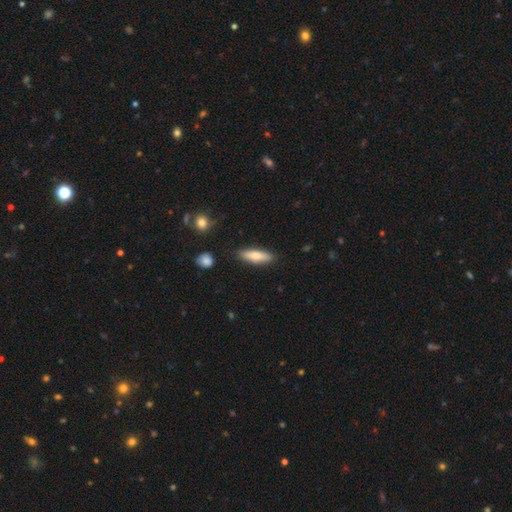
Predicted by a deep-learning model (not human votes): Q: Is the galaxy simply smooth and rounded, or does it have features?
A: smooth — 68%.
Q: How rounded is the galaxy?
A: cigar-shaped — 58%.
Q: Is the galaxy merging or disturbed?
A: none — 86%.